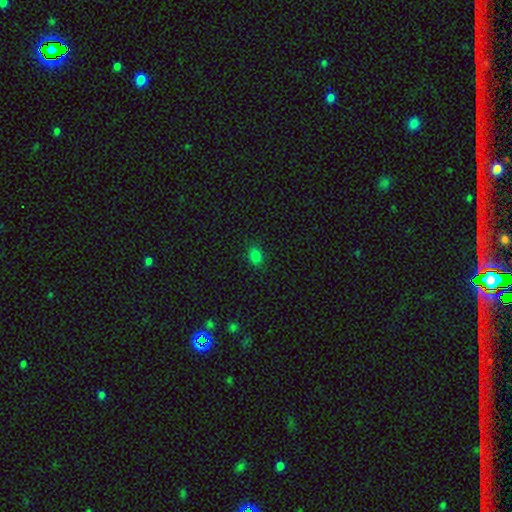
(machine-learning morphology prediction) A smooth galaxy with no disk features (81%) that is in between round and cigar-shaped (68%).

Vote fractions:
- Smooth or featured? smooth: 81% / star or artifact: 15% / featured or disk: 4%
- How rounded? in between: 68% / round: 31% / cigar-shaped: 1%
- Merging? none: 86% / minor disturbance: 10% / major disturbance: 2% / merger: 1%